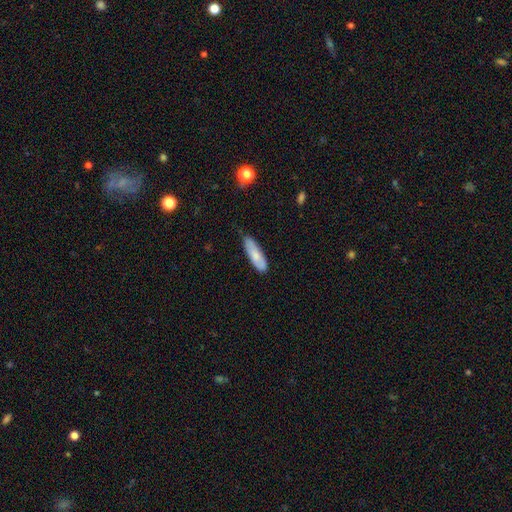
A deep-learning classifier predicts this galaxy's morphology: A smooth galaxy with no disk features (75%) that is in between round and cigar-shaped (50%).

Vote fractions:
- Smooth or featured? smooth: 75% / featured or disk: 19% / star or artifact: 6%
- How rounded? in between: 50% / cigar-shaped: 48% / round: 2%
- Merging? none: 74% / minor disturbance: 22% / major disturbance: 3% / merger: 2%